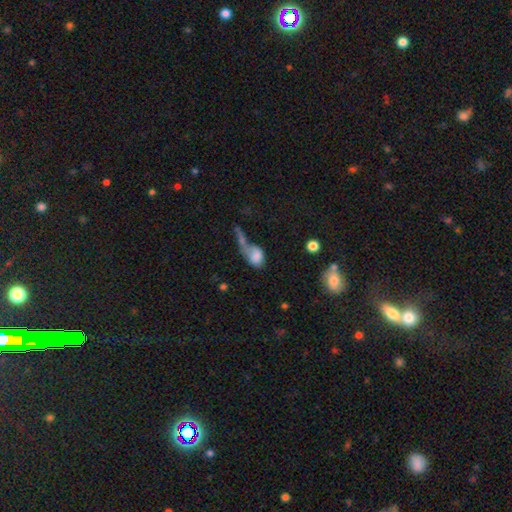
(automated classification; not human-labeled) Smooth or featured?
  - smooth: 73% *
  - featured or disk: 17%
  - star or artifact: 10%
How rounded?
  - in between: 78% *
  - round: 19%
  - cigar-shaped: 3%
Merging?
  - merger: 49% *
  - major disturbance: 24%
  - none: 16%
  - minor disturbance: 11%